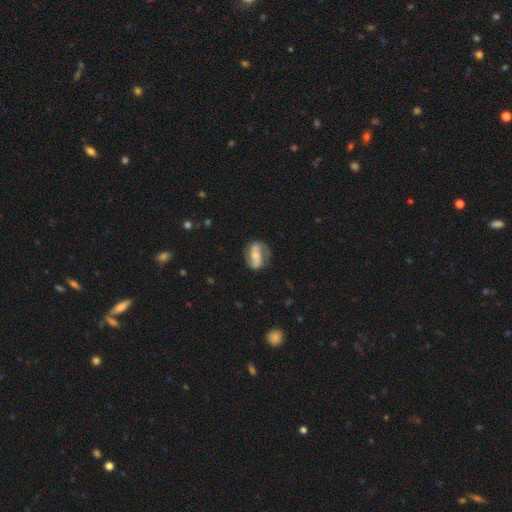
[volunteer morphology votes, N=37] smooth-or-featured: featured or disk: 68% | smooth: 24% | star or artifact: 8%
  disk-edge-on: no: 100% | yes: 0%
    bar: strong: 52% | no: 28% | weak: 20%
    has-spiral-arms: yes: 76% | no: 24%
      spiral-winding: loose: 68% | medium: 21% | tight: 11%
      spiral-arm-count: 2: 100% | 1: 0% | 3: 0% | 4: 0% | more than 4: 0% | can't tell: 0%
    bulge-size: moderate: 56% | small: 40% | none: 4% | dominant: 0% | large: 0%
  merging: none: 82% | major disturbance: 12% | minor disturbance: 6% | merger: 0%